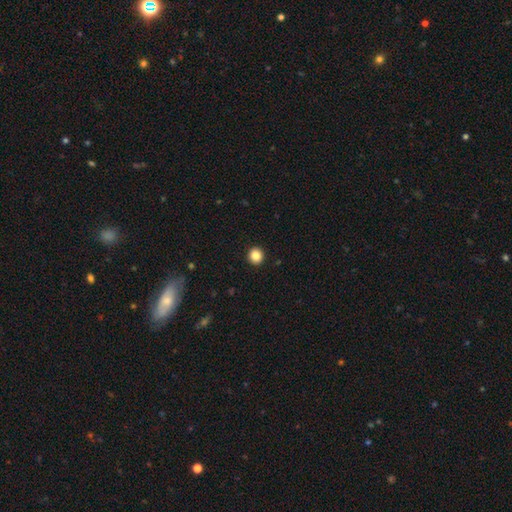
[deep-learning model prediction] Smooth or featured? Predicted: smooth (p=0.85). How rounded? Predicted: round (p=0.92). Merging? Predicted: none (p=0.94).